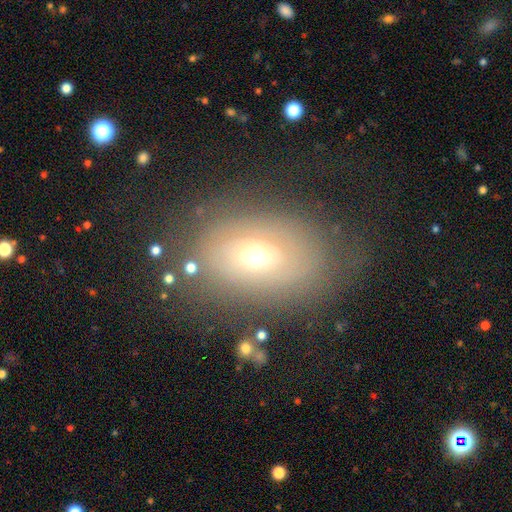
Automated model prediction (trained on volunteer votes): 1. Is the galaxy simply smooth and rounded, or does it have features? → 51% smooth, 35% featured or disk, 14% star or artifact.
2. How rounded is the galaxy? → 75% in between, 23% round, 2% cigar-shaped.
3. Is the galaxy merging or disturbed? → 68% none, 19% minor disturbance, 11% major disturbance, 2% merger.